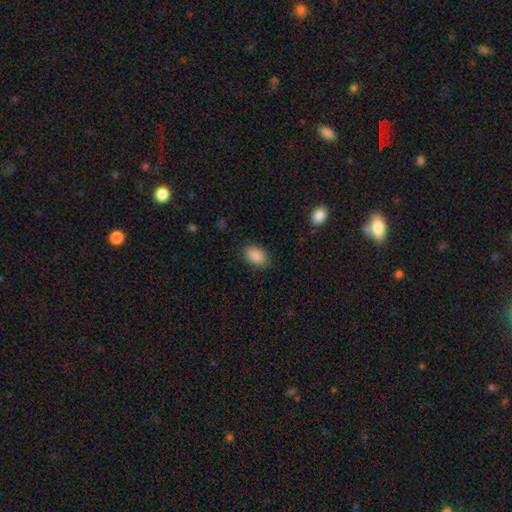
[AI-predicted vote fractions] Smooth or featured? Predicted: smooth (p=0.89). How rounded? Predicted: in between (p=0.88). Merging? Predicted: none (p=0.86).